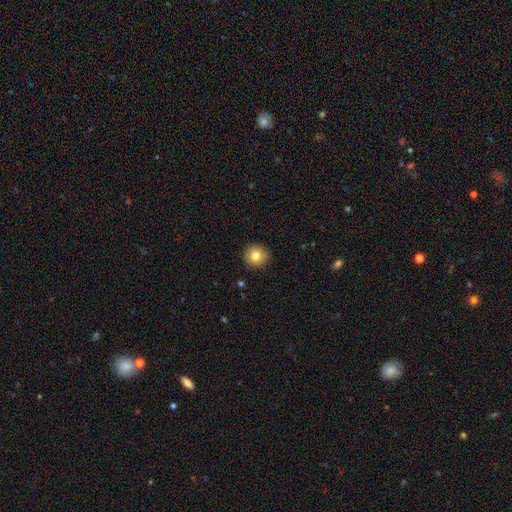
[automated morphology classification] smooth 81%, star or artifact 10%, featured or disk 9%. Down the decision tree: how rounded — round (94%); merging — none (91%).